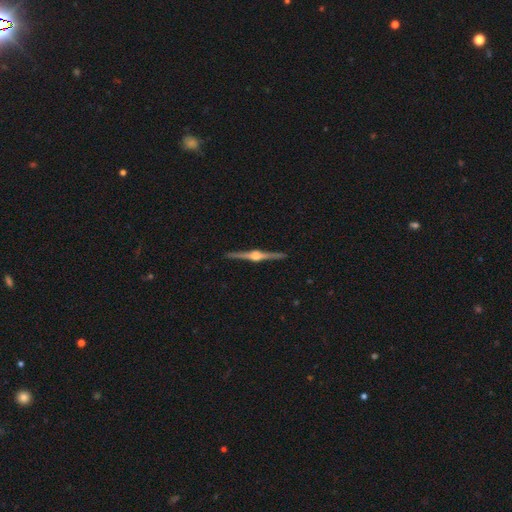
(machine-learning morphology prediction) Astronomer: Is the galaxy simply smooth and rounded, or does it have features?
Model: featured or disk — 89%.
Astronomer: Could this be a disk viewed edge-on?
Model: yes — 99%.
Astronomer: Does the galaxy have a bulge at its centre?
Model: rounded — 95%.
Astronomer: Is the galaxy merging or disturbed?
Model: none — 92%.